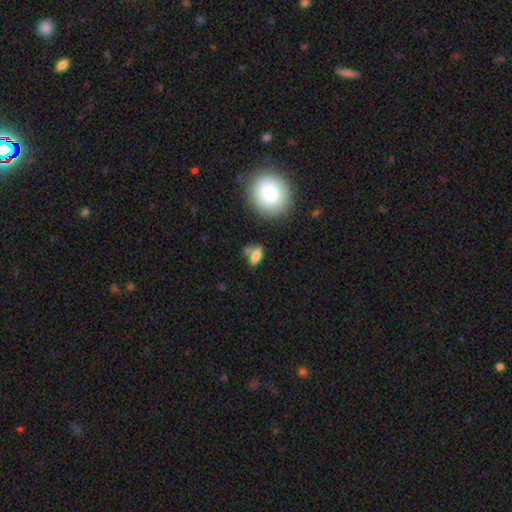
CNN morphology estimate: smooth_or_featured: smooth (p=0.76) [alt: featured or disk p=0.14]
how_rounded: in between (p=0.69) [alt: cigar-shaped p=0.18]
merging: none (p=0.53) [alt: merger p=0.23]